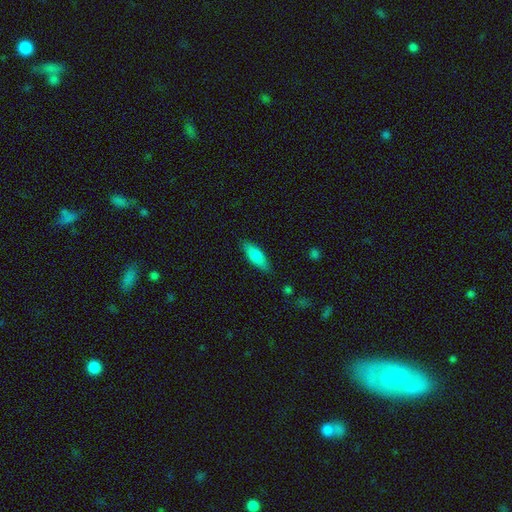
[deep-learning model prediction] Smooth or featured? Predicted: smooth (p=0.79). How rounded? Predicted: in between (p=0.62). Merging? Predicted: none (p=0.84).